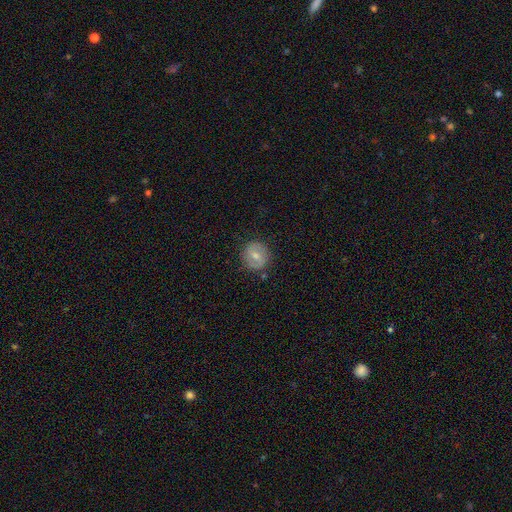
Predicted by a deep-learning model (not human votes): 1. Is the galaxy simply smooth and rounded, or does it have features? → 59% smooth, 33% featured or disk, 8% star or artifact.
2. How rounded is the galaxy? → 87% round, 12% in between, 1% cigar-shaped.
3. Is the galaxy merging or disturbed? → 84% none, 11% minor disturbance, 3% major disturbance, 2% merger.